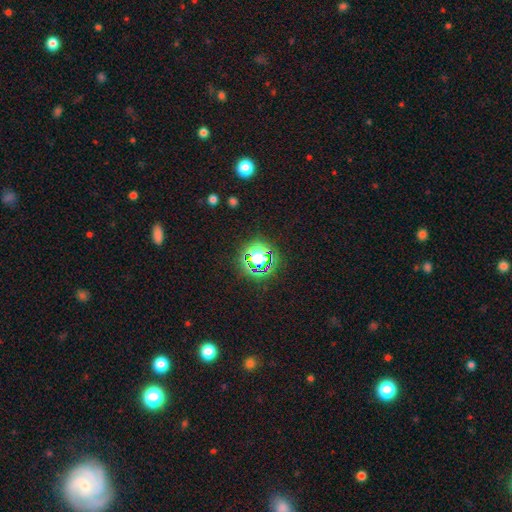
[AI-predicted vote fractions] This appears to be a star or artifact, not a galaxy (62%).